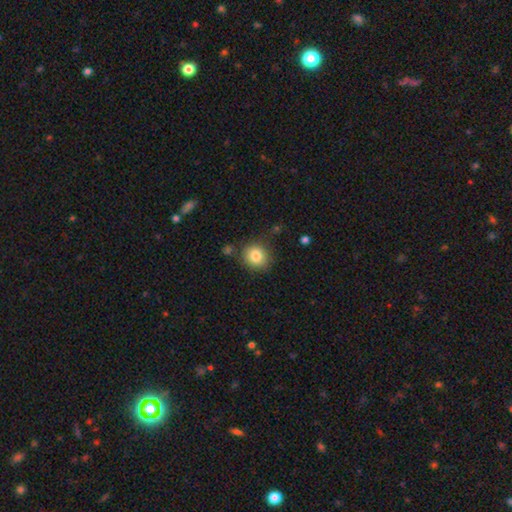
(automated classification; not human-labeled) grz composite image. It shows a smooth galaxy with no disk features (84%) that is round (82%). Merging: none (79%).